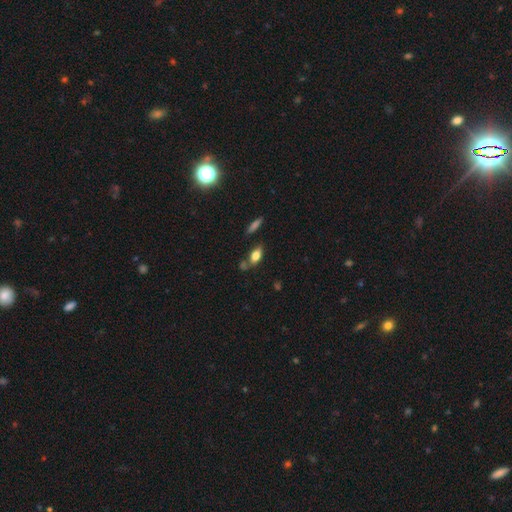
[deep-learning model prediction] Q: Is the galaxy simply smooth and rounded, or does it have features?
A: smooth — 75%.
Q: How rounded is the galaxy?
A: in between — 83%.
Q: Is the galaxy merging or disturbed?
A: none — 67%.